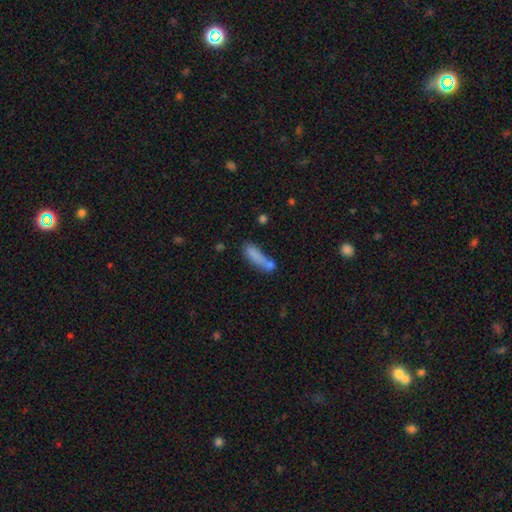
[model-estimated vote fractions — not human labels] The model was most divided on "merging": none: 43%, merger: 26%, minor disturbance: 20%, major disturbance: 11%. More confident: smooth or featured — smooth (78%); how rounded — cigar-shaped (60%).